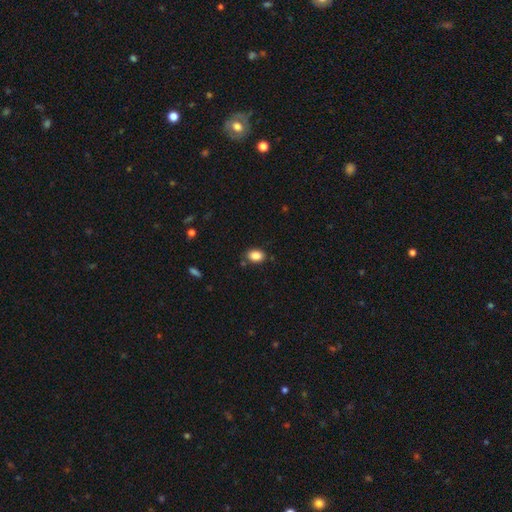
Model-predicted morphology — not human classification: This appears to be a smooth galaxy with no disk features (87%) that is in between round and cigar-shaped (79%). Merging: none (82%).